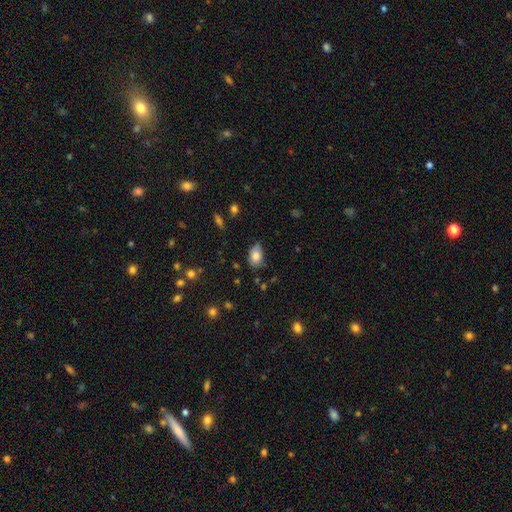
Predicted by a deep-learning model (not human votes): A smooth galaxy with no disk features (81%) that is in between round and cigar-shaped (85%).

Vote fractions:
- Smooth or featured? smooth: 81% / featured or disk: 11% / star or artifact: 9%
- How rounded? in between: 85% / round: 14% / cigar-shaped: 1%
- Merging? none: 60% / minor disturbance: 32% / major disturbance: 6% / merger: 2%